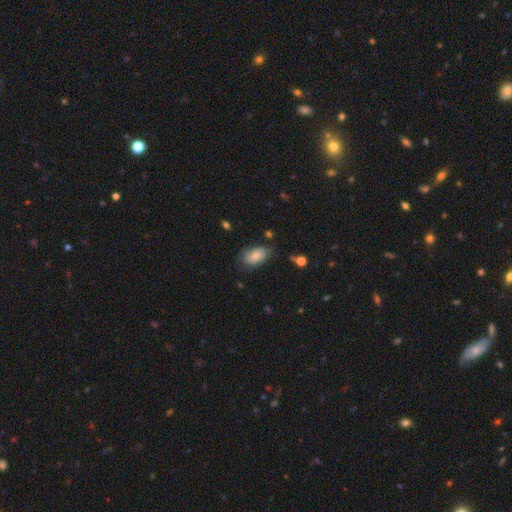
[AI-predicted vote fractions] A smooth galaxy with no disk features (76%) that is in between round and cigar-shaped (91%).

Vote fractions:
- Smooth or featured? smooth: 76% / featured or disk: 16% / star or artifact: 8%
- How rounded? in between: 91% / round: 6% / cigar-shaped: 3%
- Merging? none: 59% / minor disturbance: 30% / major disturbance: 8% / merger: 2%